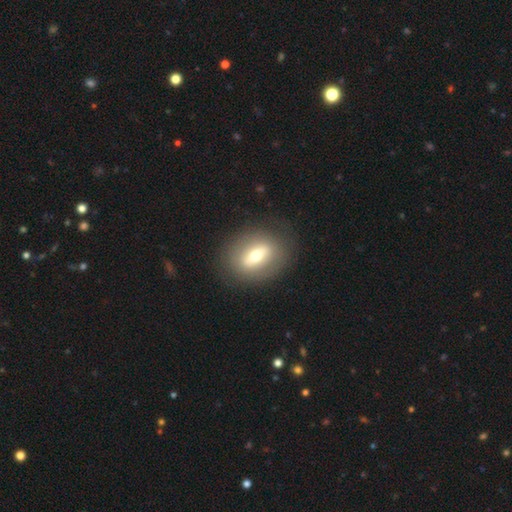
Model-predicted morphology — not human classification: Smooth or featured? smooth (49%)
Merging? none (84%)